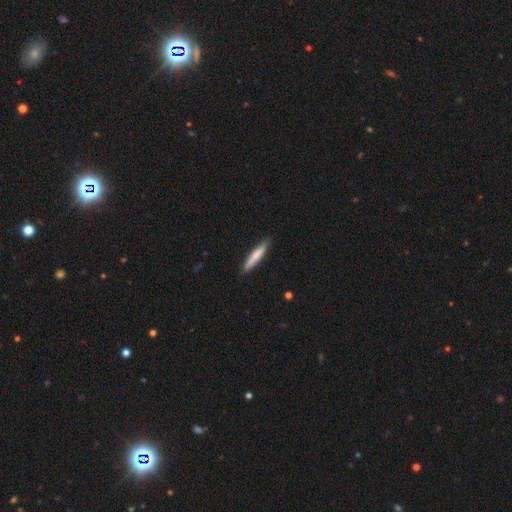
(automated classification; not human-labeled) This is likely a smooth galaxy (79%). How rounded: clearly cigar-shaped (92%). Merging: clearly none (87%).